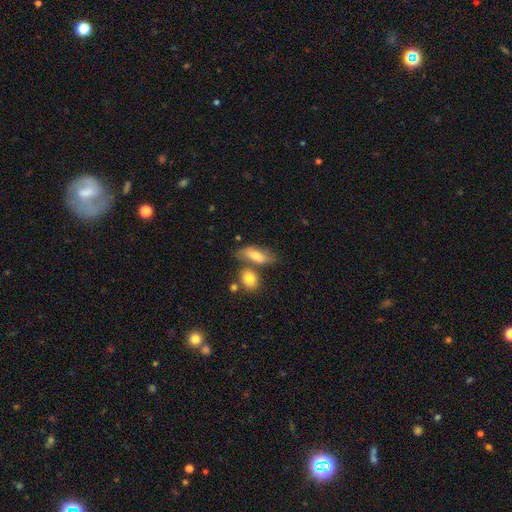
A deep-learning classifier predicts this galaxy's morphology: This is likely a smooth galaxy (70%). How rounded: likely in between (75%). Merging: possibly none (54%).